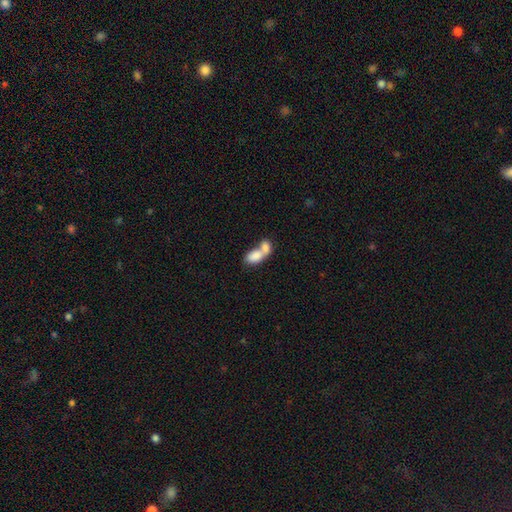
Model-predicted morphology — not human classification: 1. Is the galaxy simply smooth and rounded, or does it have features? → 78% smooth, 15% featured or disk, 7% star or artifact.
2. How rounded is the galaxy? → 89% in between, 8% round, 4% cigar-shaped.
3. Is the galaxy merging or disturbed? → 75% merger, 15% none, 6% minor disturbance, 4% major disturbance.